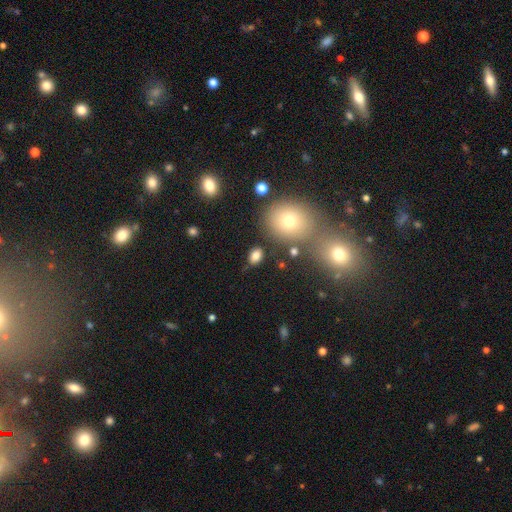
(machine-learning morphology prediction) Smooth or featured? Predicted: smooth (p=0.80). How rounded? Predicted: in between (p=0.78). Merging? Predicted: none (p=0.74).